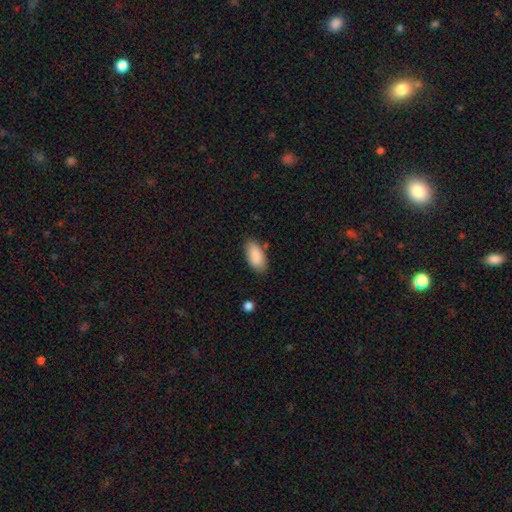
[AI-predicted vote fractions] Smooth or featured?
  - smooth: 89% *
  - star or artifact: 6%
  - featured or disk: 5%
How rounded?
  - in between: 92% *
  - cigar-shaped: 5%
  - round: 2%
Merging?
  - none: 79% *
  - minor disturbance: 16%
  - major disturbance: 3%
  - merger: 3%